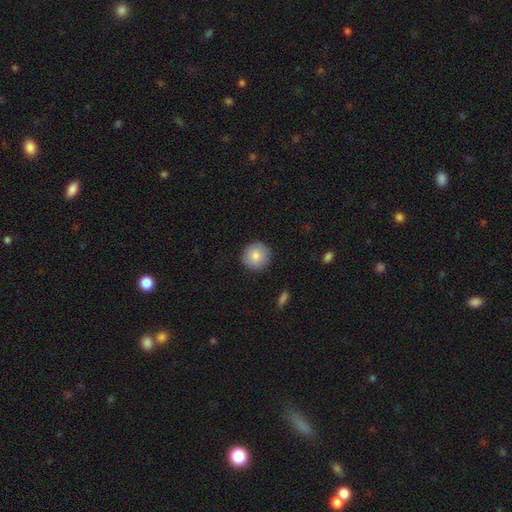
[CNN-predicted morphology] Overall: smooth (83%). How rounded: round (95%). Merging: none (91%).